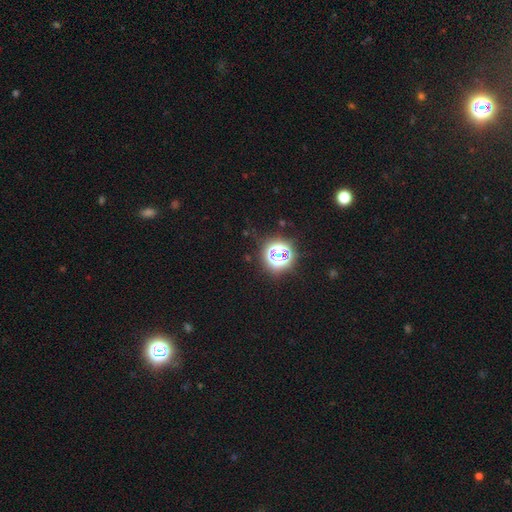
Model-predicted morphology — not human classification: Q: Smooth or featured?
A: star or artifact (73%); runner-up: smooth (20%)